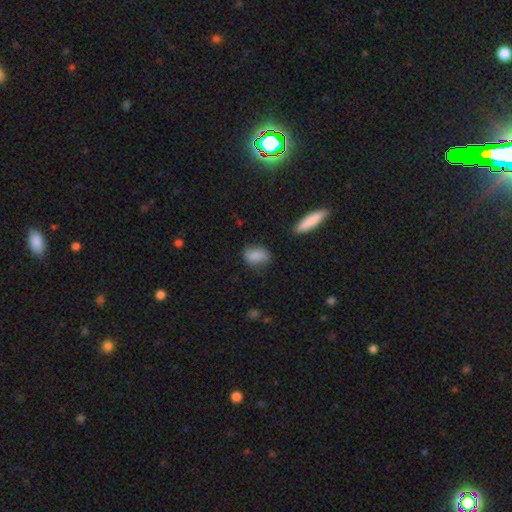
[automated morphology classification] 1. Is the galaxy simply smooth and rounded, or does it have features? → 86% smooth, 8% star or artifact, 6% featured or disk.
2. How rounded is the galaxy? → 78% in between, 19% round, 4% cigar-shaped.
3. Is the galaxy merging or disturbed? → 73% none, 20% minor disturbance, 5% major disturbance, 2% merger.